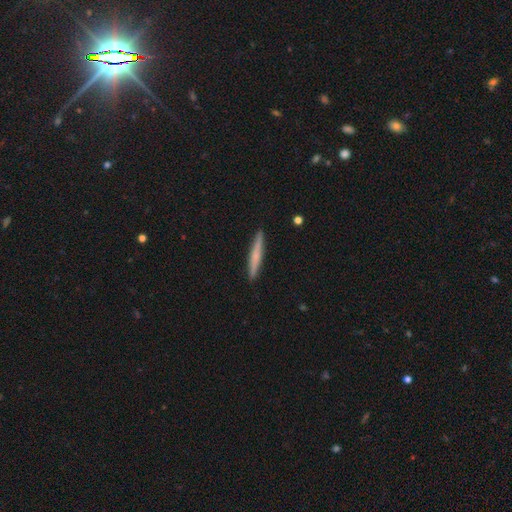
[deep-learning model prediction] This is possibly a smooth galaxy (56%). How rounded: clearly cigar-shaped (96%). Merging: clearly none (92%).